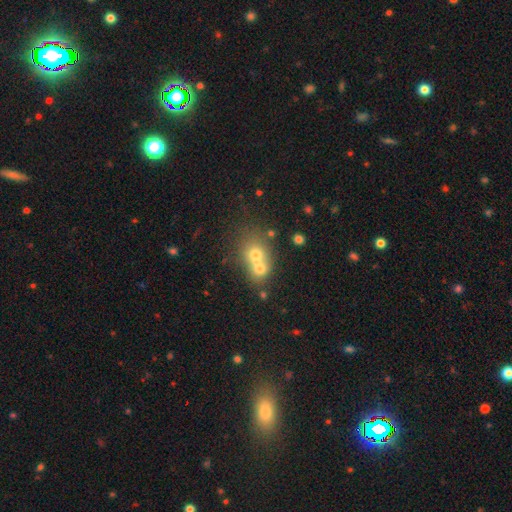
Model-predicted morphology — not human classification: The model was most divided on "how rounded": round: 65%, in between: 34%, cigar-shaped: 1%. More confident: merging — merger (66%); smooth or featured — smooth (59%).